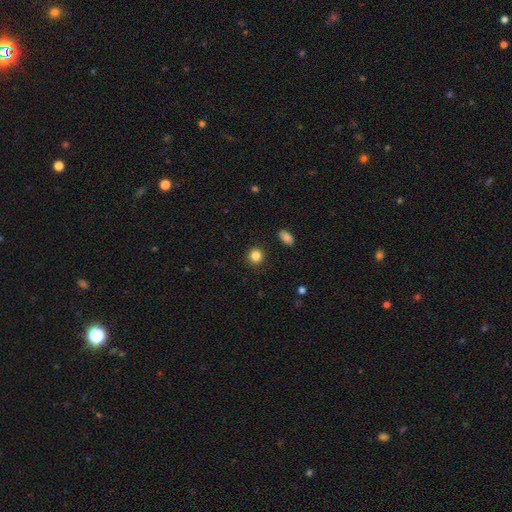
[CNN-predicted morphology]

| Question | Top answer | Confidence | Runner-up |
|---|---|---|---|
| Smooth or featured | smooth | 85% | star or artifact (11%) |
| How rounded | round | 90% | in between (9%) |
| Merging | none | 91% | minor disturbance (6%) |